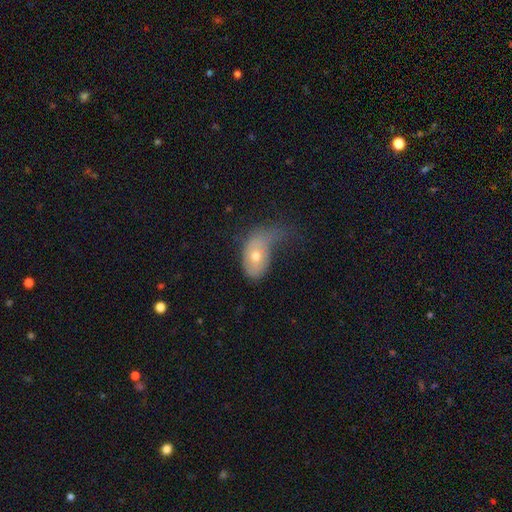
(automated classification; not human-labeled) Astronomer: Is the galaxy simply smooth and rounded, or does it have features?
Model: smooth — 59%.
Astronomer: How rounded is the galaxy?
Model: in between — 85%.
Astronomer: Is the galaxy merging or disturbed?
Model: major disturbance — 50% (runner-up: minor disturbance, 29%).